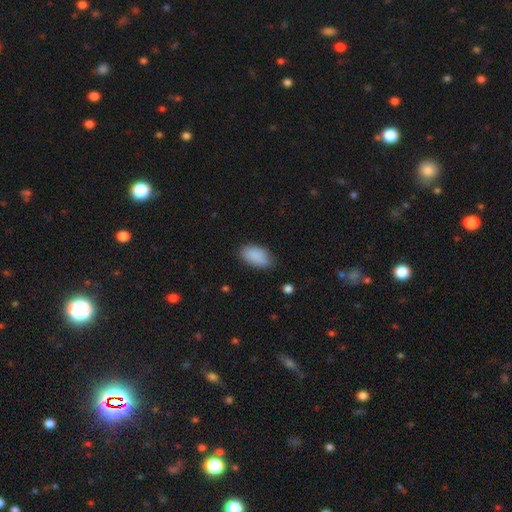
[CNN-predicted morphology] A smooth galaxy with no disk features (89%) that is in between round and cigar-shaped (94%).

Vote fractions:
- Smooth or featured? smooth: 89% / star or artifact: 7% / featured or disk: 4%
- How rounded? in between: 94% / round: 4% / cigar-shaped: 2%
- Merging? none: 79% / minor disturbance: 17% / major disturbance: 3% / merger: 1%